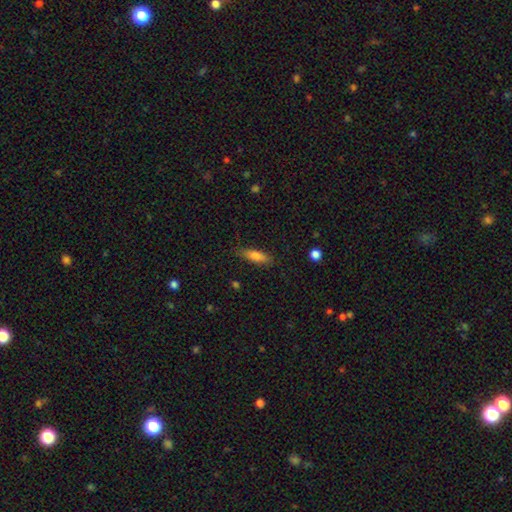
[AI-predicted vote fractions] Morphology: type=smooth (78%); roundness=cigar-shaped (50%); merging=none (84%).